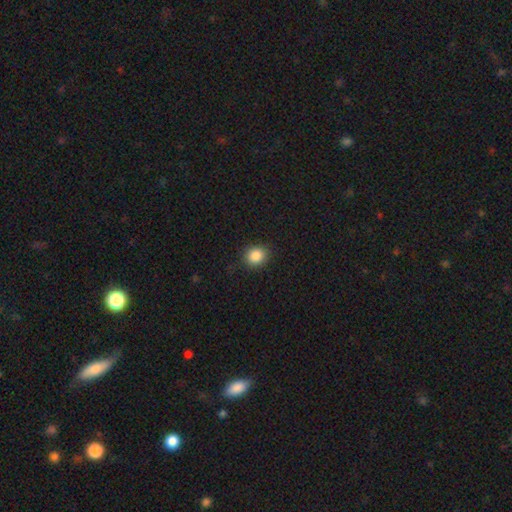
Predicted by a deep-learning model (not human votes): This is clearly a smooth galaxy (87%). How rounded: likely round (70%). Merging: clearly none (87%).